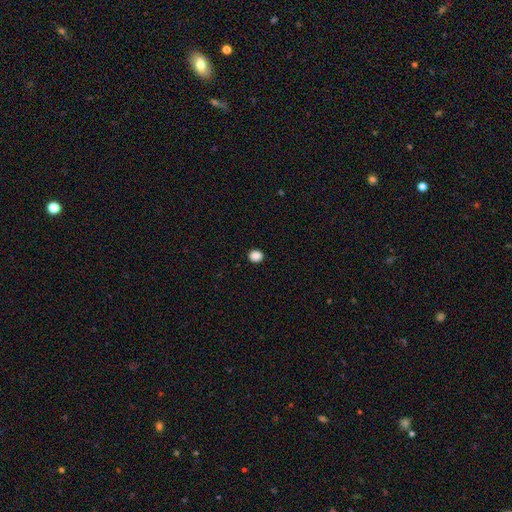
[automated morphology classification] This appears to be a smooth galaxy with no disk features (88%) that is round (79%). Merging: none (92%).